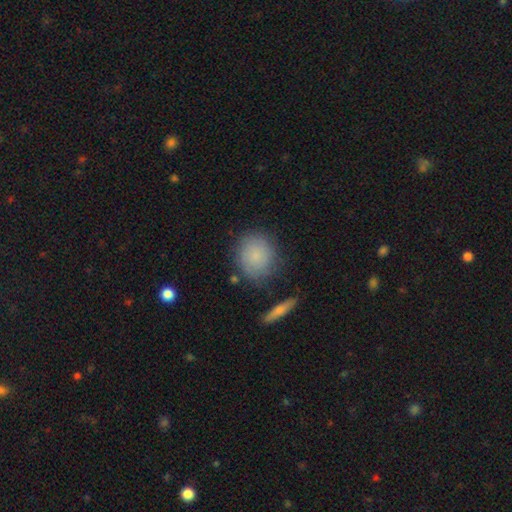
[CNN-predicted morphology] A smooth galaxy with no disk features (79%) that is round (80%). Merging: none (77%).